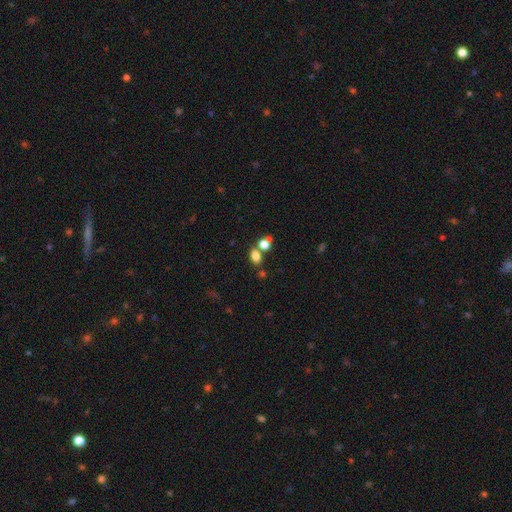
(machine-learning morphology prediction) Overall: smooth (78%). How rounded: in between (73%). Merging: none (56%; merger 29%).